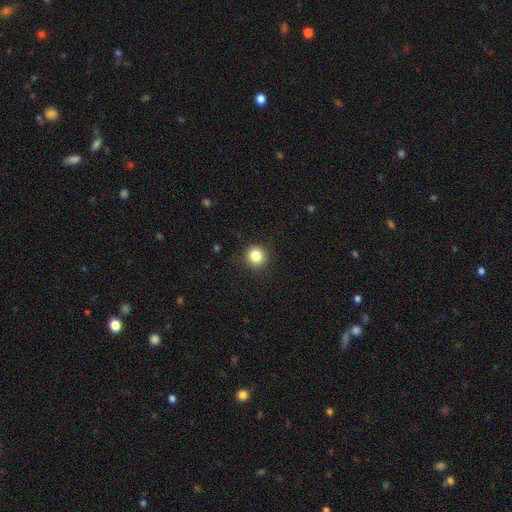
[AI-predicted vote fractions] Q: Smooth or featured?
A: smooth (84%); runner-up: star or artifact (11%)
Q: How rounded?
A: round (93%); runner-up: in between (6%)
Q: Merging?
A: none (91%); runner-up: minor disturbance (6%)